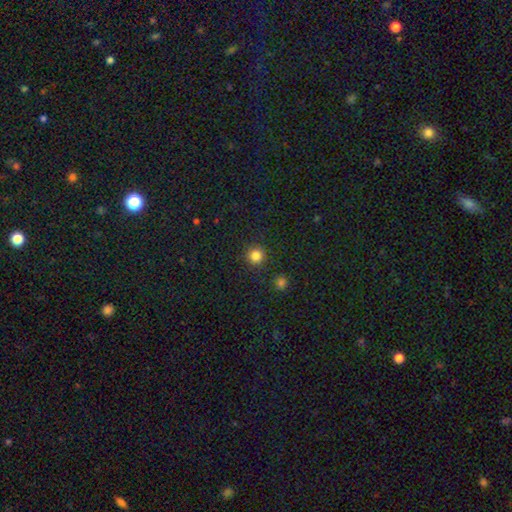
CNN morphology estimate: A smooth galaxy with no disk features (83%) that is round (95%).

Vote fractions:
- Smooth or featured? smooth: 83% / star or artifact: 13% / featured or disk: 4%
- How rounded? round: 95% / in between: 4% / cigar-shaped: 1%
- Merging? none: 91% / minor disturbance: 5% / major disturbance: 2% / merger: 2%